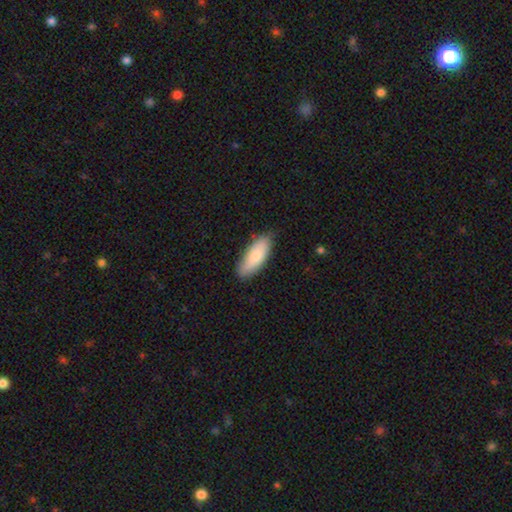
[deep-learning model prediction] This appears to be a smooth galaxy with no disk features (80%) that is in between round and cigar-shaped (75%). Merging: none (80%).